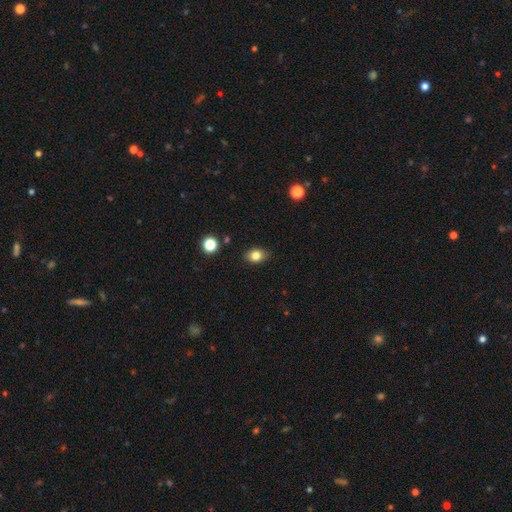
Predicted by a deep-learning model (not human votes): Q: Smooth or featured?
A: smooth (82%); runner-up: star or artifact (10%)
Q: How rounded?
A: in between (68%); runner-up: round (30%)
Q: Merging?
A: none (85%); runner-up: minor disturbance (11%)